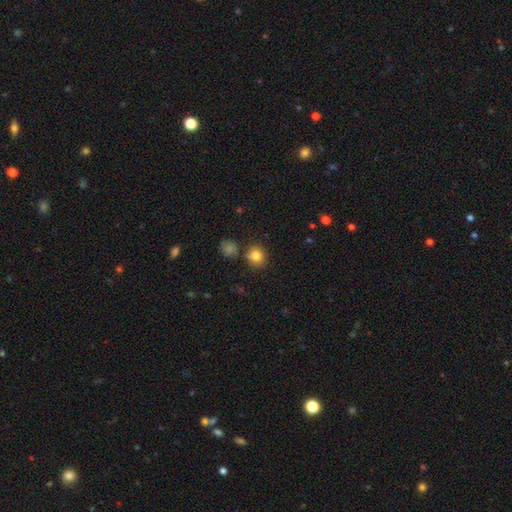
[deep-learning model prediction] smooth-or-featured: smooth: 83% | star or artifact: 11% | featured or disk: 6%
  how-rounded: round: 76% | in between: 23% | cigar-shaped: 1%
  merging: none: 75% | minor disturbance: 12% | merger: 10% | major disturbance: 3%